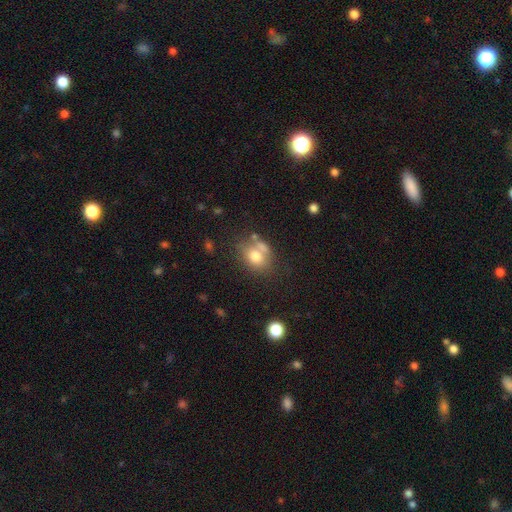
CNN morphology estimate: Overall: smooth (73%). How rounded: in between (51%; round 47%). Merging: none (46%; merger 26%).